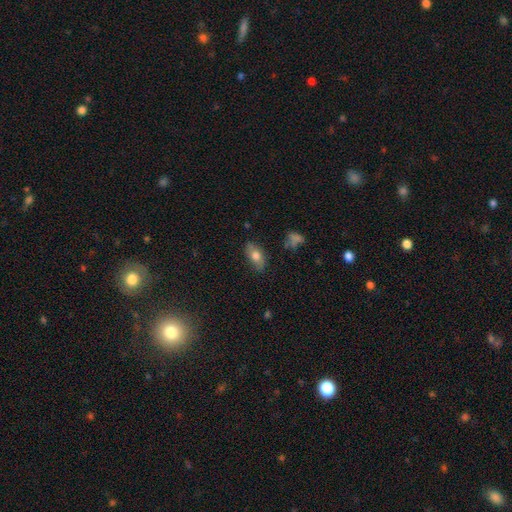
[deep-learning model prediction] The model was most divided on "smooth or featured": smooth: 72%, featured or disk: 21%, star or artifact: 7%. More confident: how rounded — in between (87%); merging — none (79%).